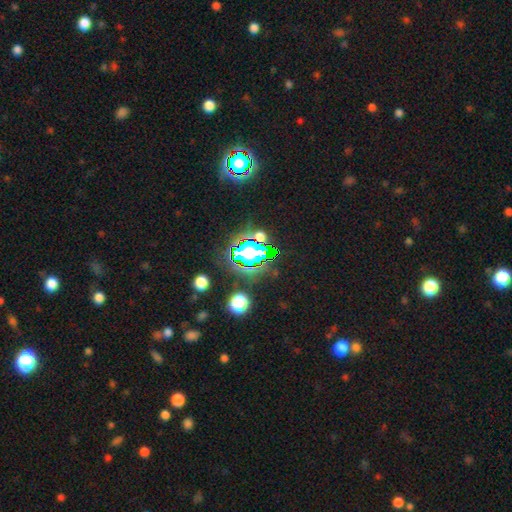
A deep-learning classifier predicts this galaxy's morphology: Smooth or featured?
  - star or artifact: 64% *
  - smooth: 24%
  - featured or disk: 12%